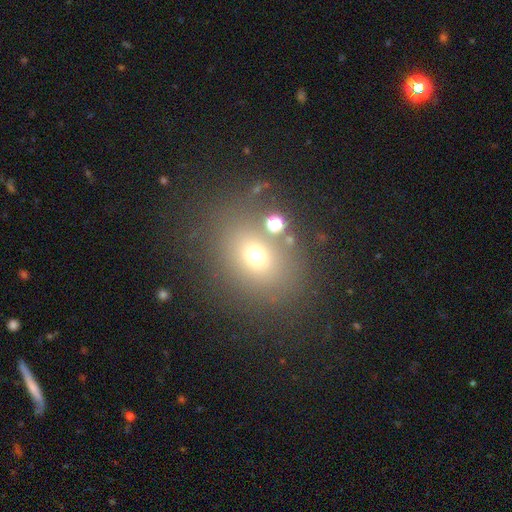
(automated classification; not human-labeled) Smooth or featured? Predicted: smooth (p=0.66). How rounded? Predicted: round (p=0.54). Merging? Predicted: none (p=0.72).